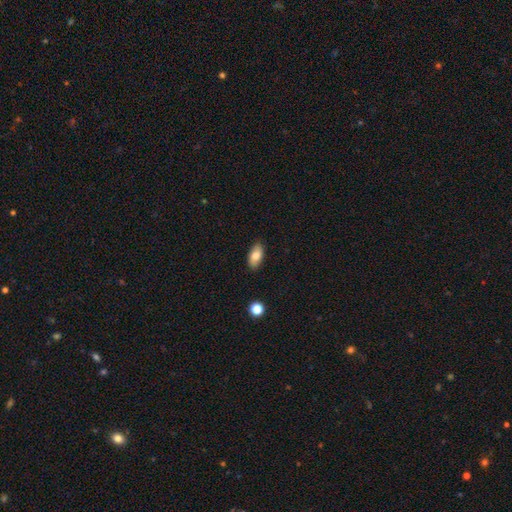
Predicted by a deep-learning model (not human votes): Smooth or featured?
  - smooth: 81% *
  - featured or disk: 11%
  - star or artifact: 7%
How rounded?
  - in between: 91% *
  - cigar-shaped: 6%
  - round: 4%
Merging?
  - none: 86% *
  - minor disturbance: 10%
  - major disturbance: 2%
  - merger: 1%